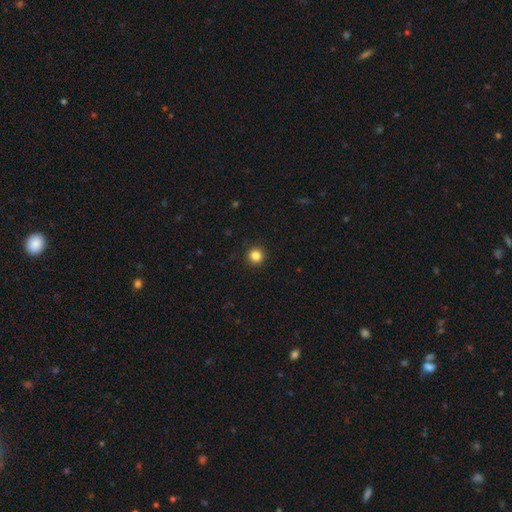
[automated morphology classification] Smooth or featured: smooth — 84% (star or artifact — 12%)
How rounded: round — 95% (in between — 4%)
Merging: none — 93% (minor disturbance — 4%)